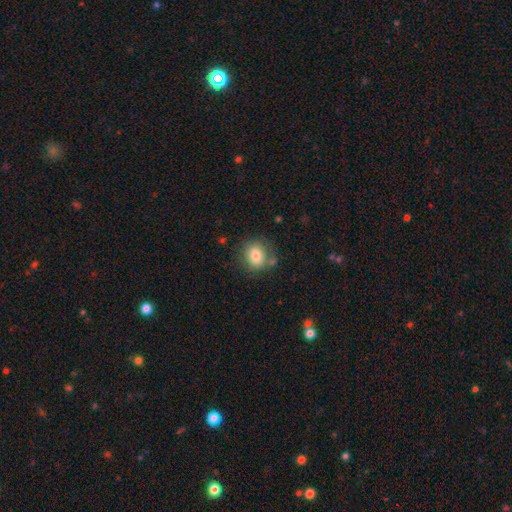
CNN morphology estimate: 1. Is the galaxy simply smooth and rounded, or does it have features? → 80% smooth, 10% featured or disk, 9% star or artifact.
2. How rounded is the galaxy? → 68% round, 31% in between, 1% cigar-shaped.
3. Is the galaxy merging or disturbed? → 74% none, 16% minor disturbance, 5% merger, 5% major disturbance.